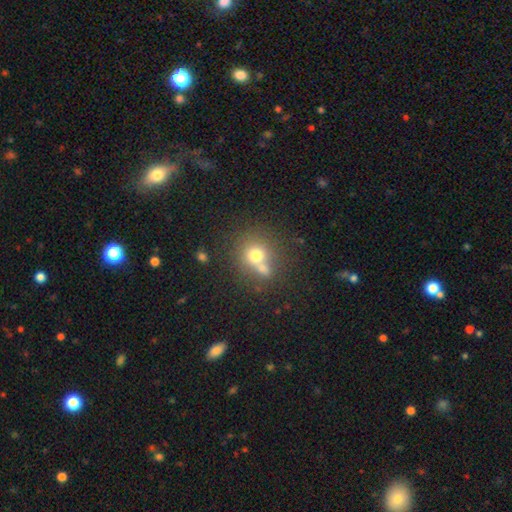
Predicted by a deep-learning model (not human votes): A smooth galaxy with no disk features (70%) that is round (84%). Merging: none (45%).